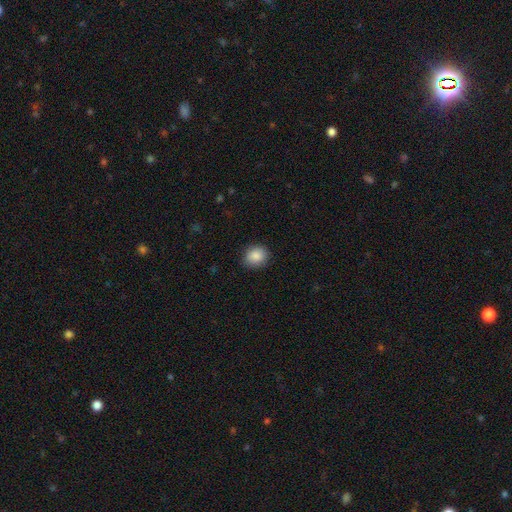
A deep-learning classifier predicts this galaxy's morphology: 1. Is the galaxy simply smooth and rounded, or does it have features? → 87% smooth, 8% star or artifact, 4% featured or disk.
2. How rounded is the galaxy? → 65% round, 34% in between, 1% cigar-shaped.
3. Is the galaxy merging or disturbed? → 87% none, 10% minor disturbance, 2% major disturbance, 1% merger.